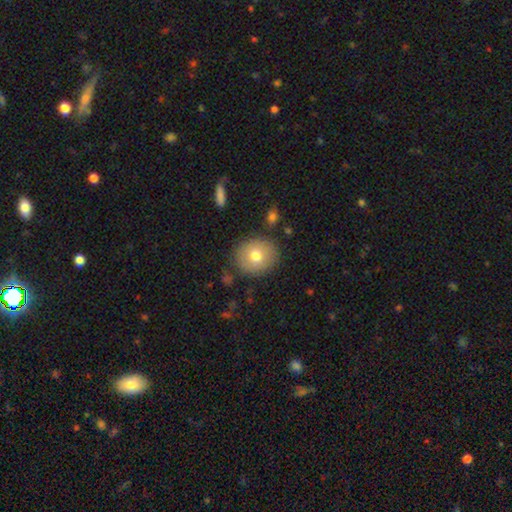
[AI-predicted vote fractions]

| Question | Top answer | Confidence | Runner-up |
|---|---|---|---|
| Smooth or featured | smooth | 74% | featured or disk (16%) |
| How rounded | round | 79% | in between (20%) |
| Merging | none | 84% | minor disturbance (10%) |